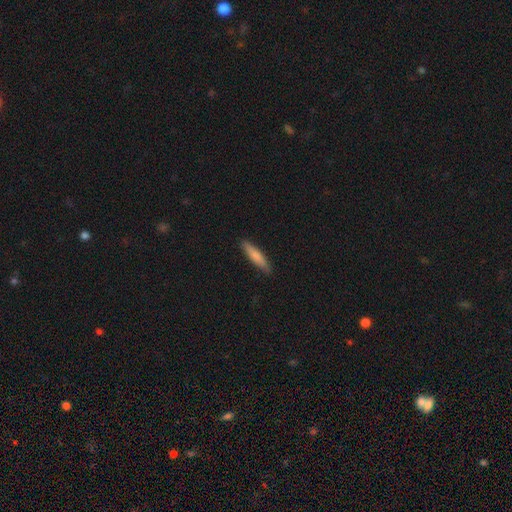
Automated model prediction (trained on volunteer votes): This is likely a smooth galaxy (78%). How rounded: clearly cigar-shaped (84%). Merging: clearly none (88%).